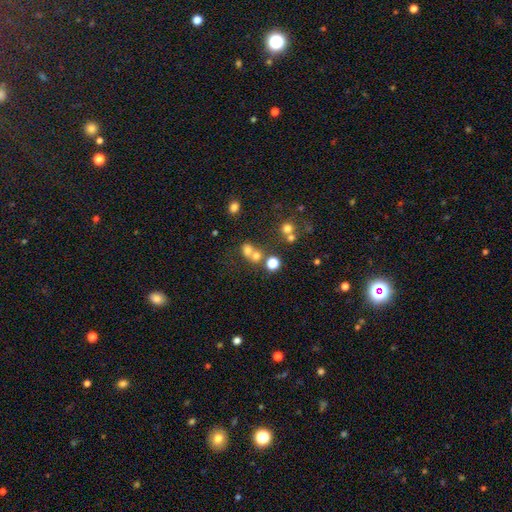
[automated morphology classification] Q: Smooth or featured?
A: smooth (65%); runner-up: star or artifact (20%)
Q: How rounded?
A: round (72%); runner-up: in between (26%)
Q: Merging?
A: merger (48%); runner-up: none (39%)